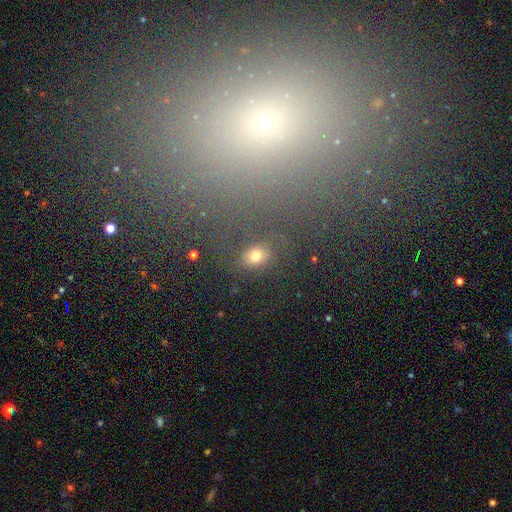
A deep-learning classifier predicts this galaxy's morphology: type=smooth (71%); roundness=in between (54%); merging=none (77%).